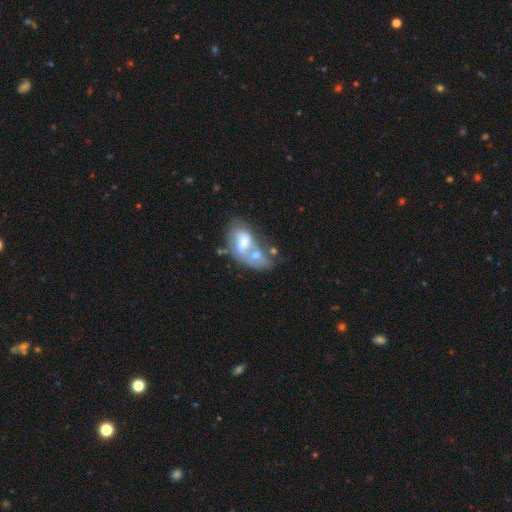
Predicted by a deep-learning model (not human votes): featured or disk 47%, smooth 45%, star or artifact 8%. Down the decision tree: merging — merger (58%).